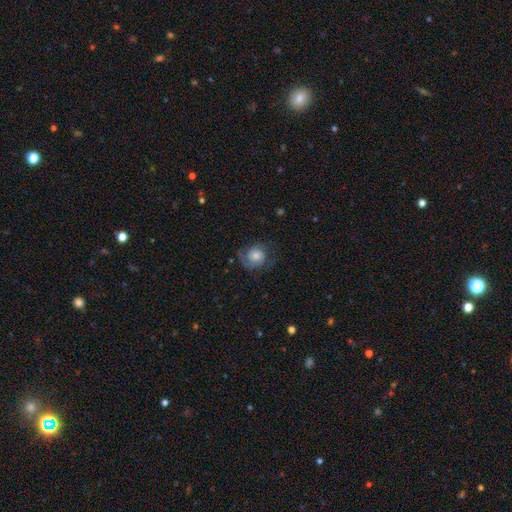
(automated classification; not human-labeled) smooth-or-featured: featured or disk: 47% | smooth: 44% | star or artifact: 9%
  merging: none: 62% | minor disturbance: 22% | major disturbance: 16% | merger: 1%